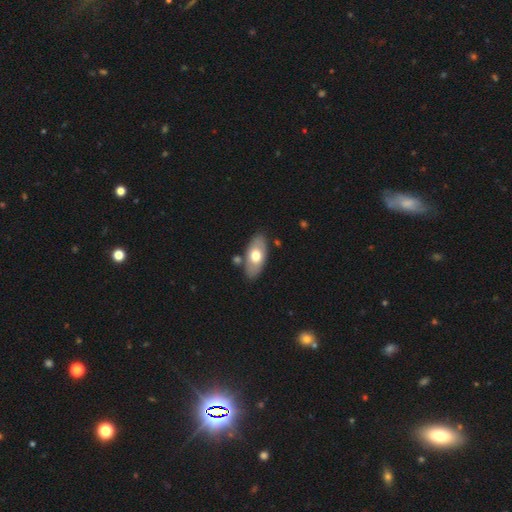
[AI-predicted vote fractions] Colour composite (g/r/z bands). It shows a smooth galaxy with no disk features (60%) that is in between round and cigar-shaped (91%). Merging: none (79%).